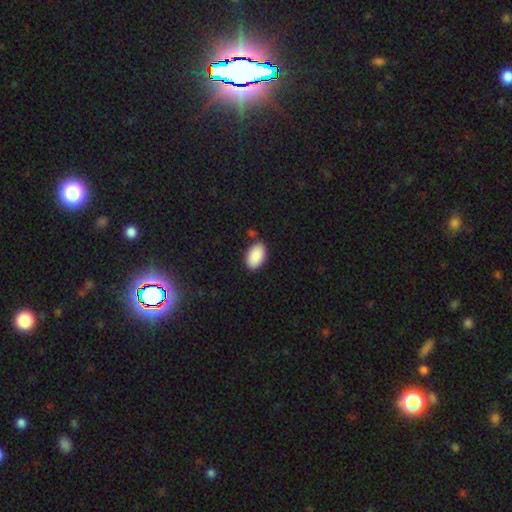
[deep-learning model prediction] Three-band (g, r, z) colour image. It shows a smooth galaxy with no disk features (91%) that is in between round and cigar-shaped (94%). Merging: none (82%).